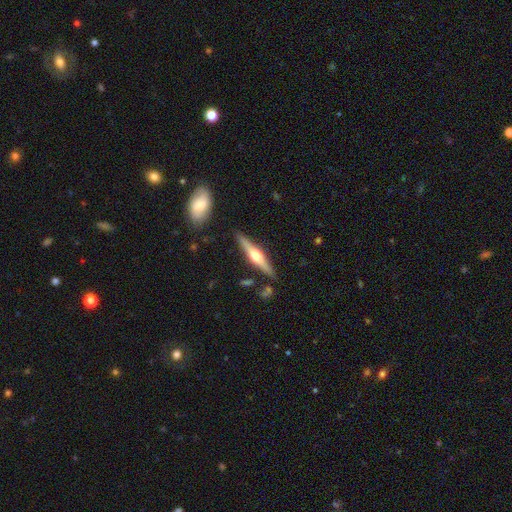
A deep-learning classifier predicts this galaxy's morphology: Q: Smooth or featured?
A: featured or disk (69%); runner-up: smooth (25%)
Q: Edge-on disk?
A: yes (97%); runner-up: no (3%)
Q: Edge-on bulge?
A: rounded (91%); runner-up: boxy (6%)
Q: Merging?
A: none (86%); runner-up: minor disturbance (9%)